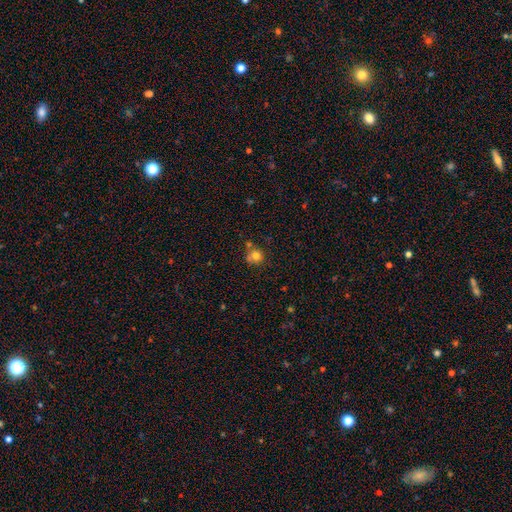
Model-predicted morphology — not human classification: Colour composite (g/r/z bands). It shows a smooth galaxy with no disk features (77%) that is round (87%). Merging: none (57%).